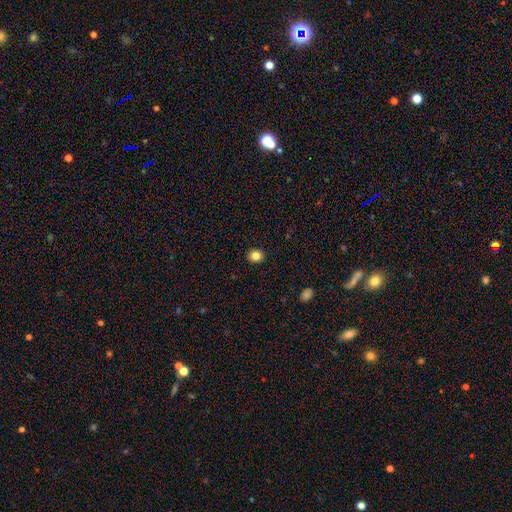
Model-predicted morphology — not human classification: This appears to be a smooth galaxy with no disk features (83%) that is round (76%). Merging: none (92%).